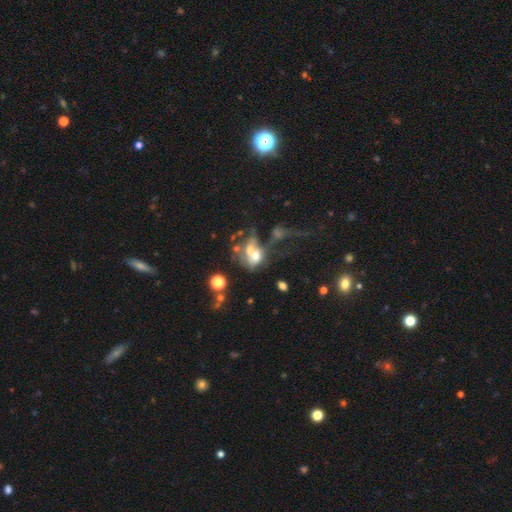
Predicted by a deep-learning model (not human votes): A smooth galaxy with no disk features (45%).

Vote fractions:
- Smooth or featured? smooth: 45% / featured or disk: 38% / star or artifact: 17%
- Merging? merger: 62% / major disturbance: 17% / none: 14% / minor disturbance: 7%